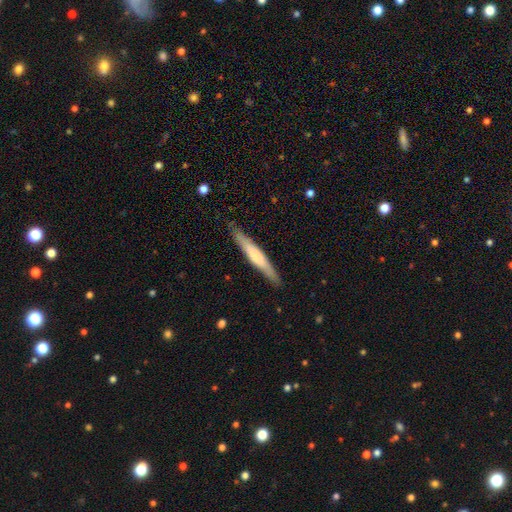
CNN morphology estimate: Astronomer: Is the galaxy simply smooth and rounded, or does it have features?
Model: smooth — 52% (runner-up: featured or disk, 43%).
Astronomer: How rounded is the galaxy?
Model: cigar-shaped — 94%.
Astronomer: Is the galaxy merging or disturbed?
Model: none — 87%.